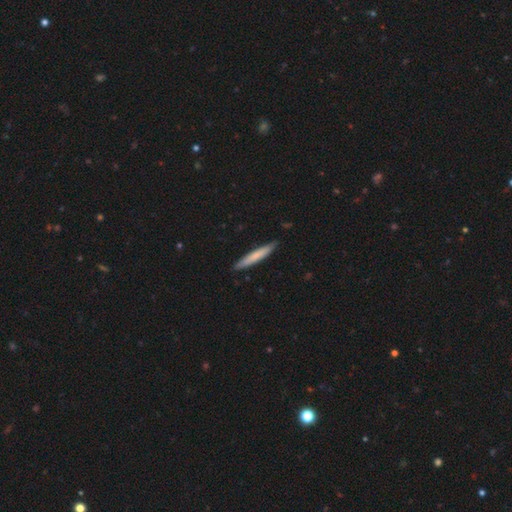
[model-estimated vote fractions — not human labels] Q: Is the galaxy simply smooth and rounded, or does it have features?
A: smooth — 71%.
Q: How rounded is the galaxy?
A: cigar-shaped — 94%.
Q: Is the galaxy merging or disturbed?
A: none — 87%.